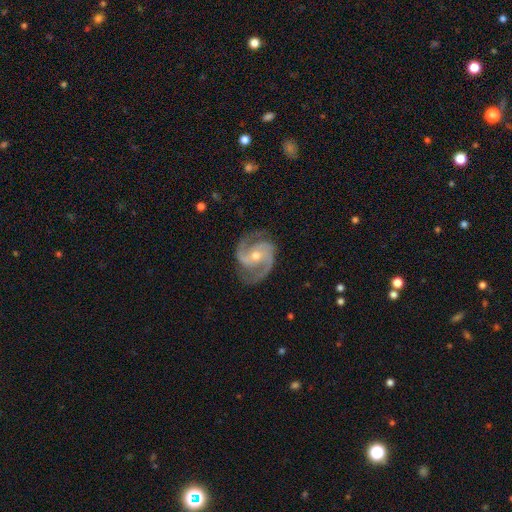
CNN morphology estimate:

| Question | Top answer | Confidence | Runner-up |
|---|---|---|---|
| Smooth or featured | featured or disk | 92% | star or artifact (4%) |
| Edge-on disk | no | 98% | yes (2%) |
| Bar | no | 51% | weak (35%) |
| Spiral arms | yes | 98% | no (2%) |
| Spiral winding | medium | 59% | tight (30%) |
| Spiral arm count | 2 | 87% | 3 (7%) |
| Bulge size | moderate | 58% | small (39%) |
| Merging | none | 80% | minor disturbance (14%) |